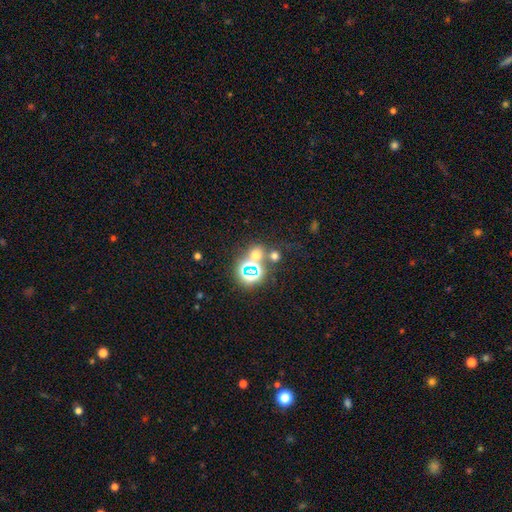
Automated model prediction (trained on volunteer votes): Smooth or featured? smooth (50%)
Merging? none (64%)